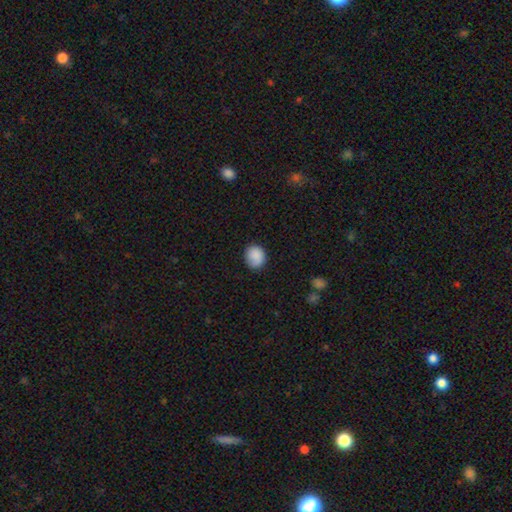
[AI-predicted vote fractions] A smooth galaxy with no disk features (87%) that is round (70%).

Vote fractions:
- Smooth or featured? smooth: 87% / star or artifact: 8% / featured or disk: 5%
- How rounded? round: 70% / in between: 29% / cigar-shaped: 1%
- Merging? none: 79% / minor disturbance: 16% / major disturbance: 3% / merger: 1%